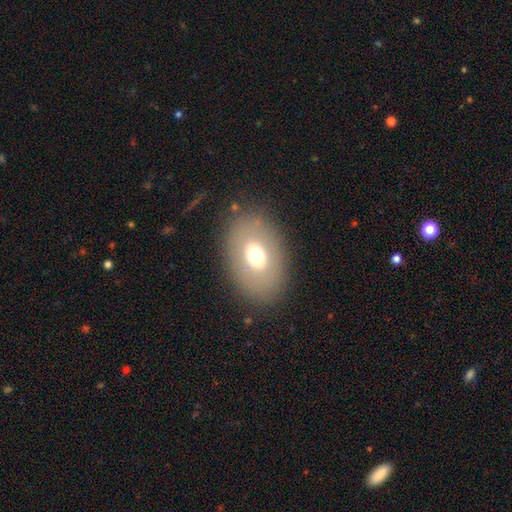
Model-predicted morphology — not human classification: Q: Smooth or featured?
A: smooth (63%); runner-up: featured or disk (27%)
Q: How rounded?
A: in between (80%); runner-up: round (19%)
Q: Merging?
A: none (84%); runner-up: minor disturbance (10%)